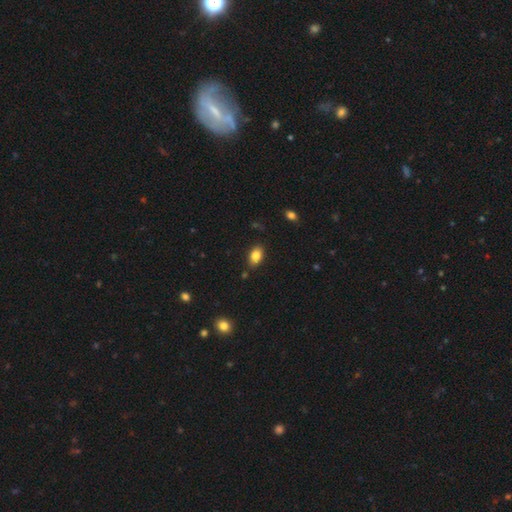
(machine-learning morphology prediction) type=smooth (84%); roundness=in between (88%); merging=none (85%).